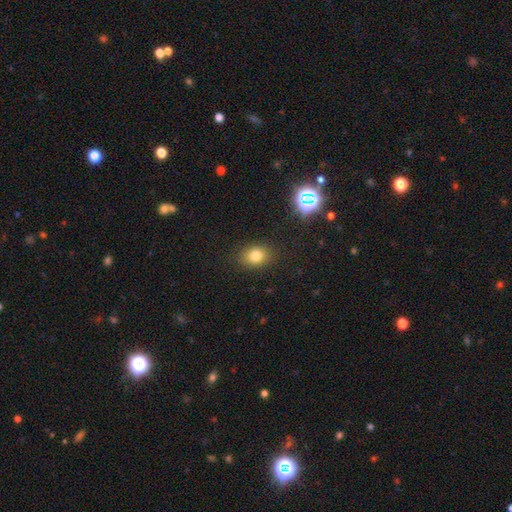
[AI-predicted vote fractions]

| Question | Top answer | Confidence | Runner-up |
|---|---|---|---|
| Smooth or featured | smooth | 78% | star or artifact (13%) |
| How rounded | in between | 58% | round (41%) |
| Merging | none | 86% | minor disturbance (10%) |